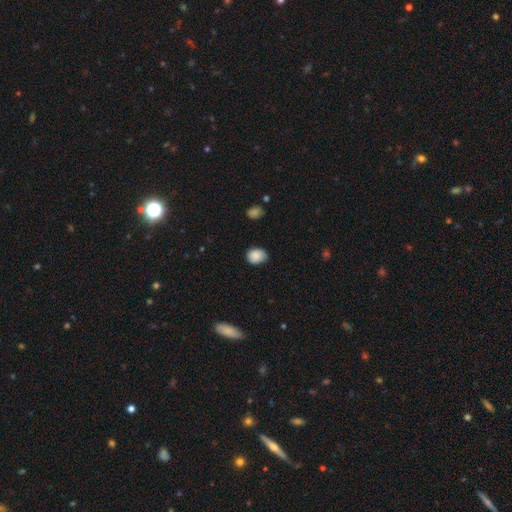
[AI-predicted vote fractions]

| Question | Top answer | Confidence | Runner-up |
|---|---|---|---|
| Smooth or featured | smooth | 85% | star or artifact (8%) |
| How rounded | in between | 54% | round (45%) |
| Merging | none | 67% | minor disturbance (27%) |